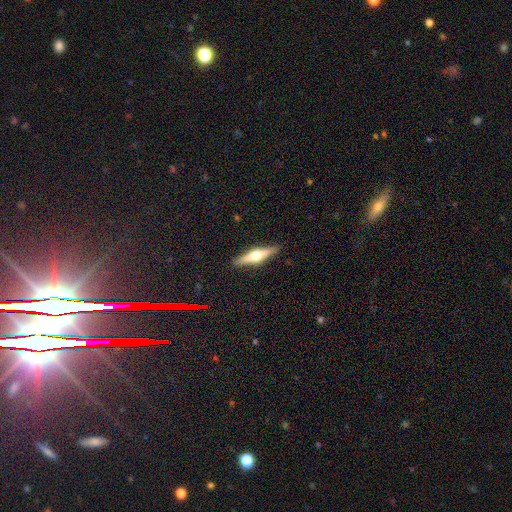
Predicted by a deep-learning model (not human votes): featured or disk 68%, smooth 26%, star or artifact 6%. Down the decision tree: edge-on disk — yes (97%); edge-on bulge — rounded (93%); merging — none (91%).